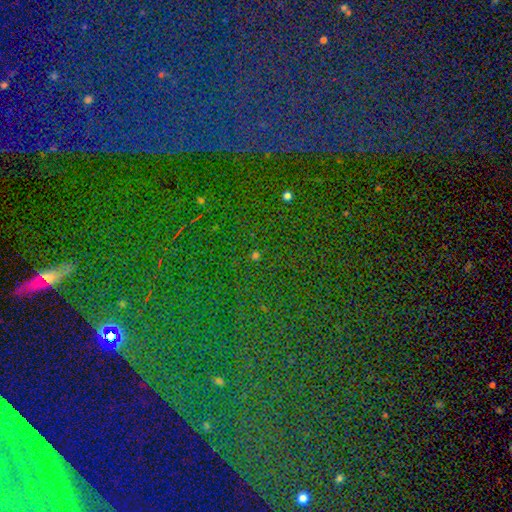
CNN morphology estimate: star or artifact 75%, smooth 17%, featured or disk 9%.